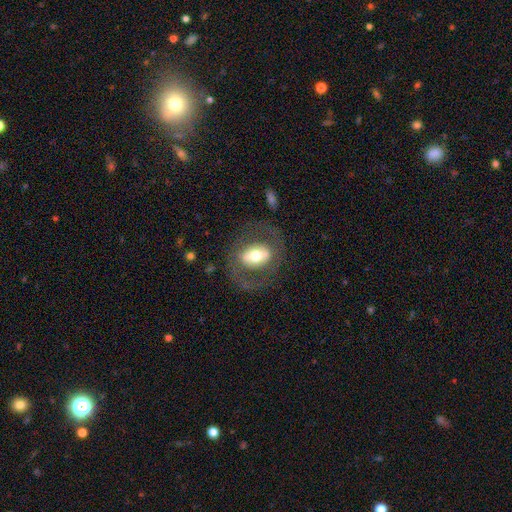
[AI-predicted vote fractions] This appears to be a featured or disk galaxy (57%) with a strong bar (37%), no spiral arms (62%) and a moderate central bulge (60%). Merging: none (71%).